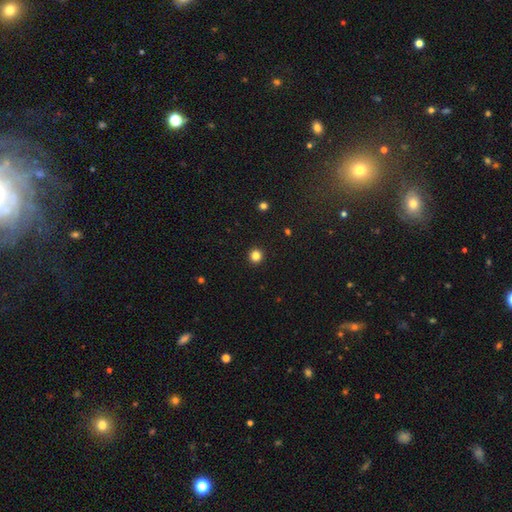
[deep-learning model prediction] smooth-or-featured: smooth: 83% | star or artifact: 13% | featured or disk: 4%
  how-rounded: round: 95% | in between: 4% | cigar-shaped: 1%
  merging: none: 94% | minor disturbance: 4% | major disturbance: 1% | merger: 1%